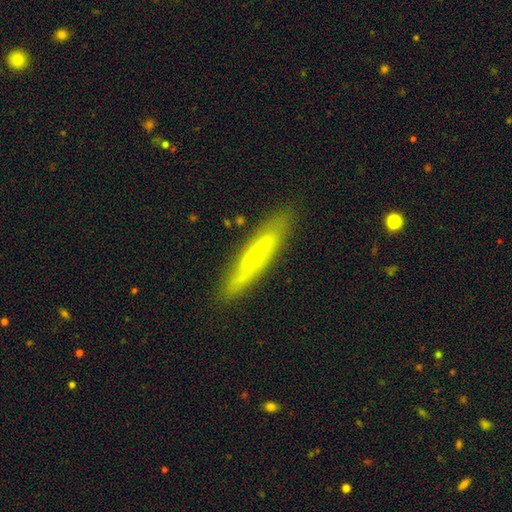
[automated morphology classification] Smooth or featured? Predicted: featured or disk (p=0.51). Edge-on disk? Predicted: yes (p=0.61). Merging? Predicted: none (p=0.82).